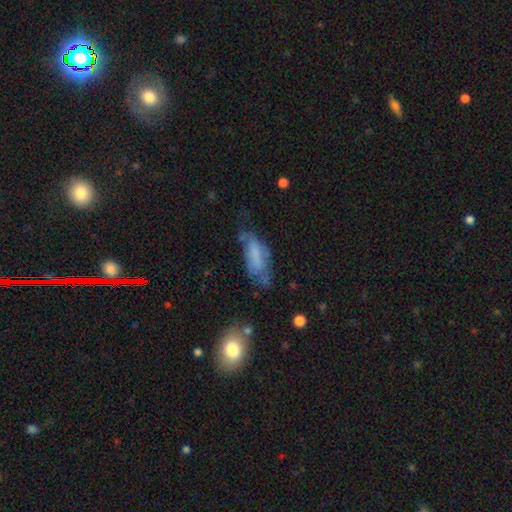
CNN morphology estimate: Overall: smooth (60%; featured or disk 30%). How rounded: in between (74%). Merging: none (39%; minor disturbance 33%).